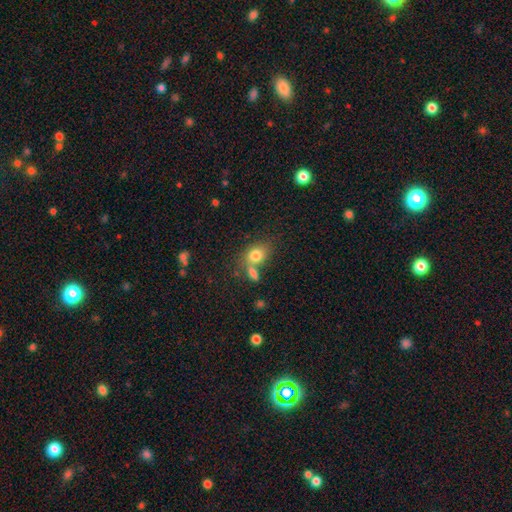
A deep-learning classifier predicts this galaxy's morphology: smooth-or-featured: smooth: 79% | featured or disk: 11% | star or artifact: 10%
  how-rounded: in between: 63% | round: 35% | cigar-shaped: 2%
  merging: none: 51% | merger: 29% | minor disturbance: 14% | major disturbance: 6%